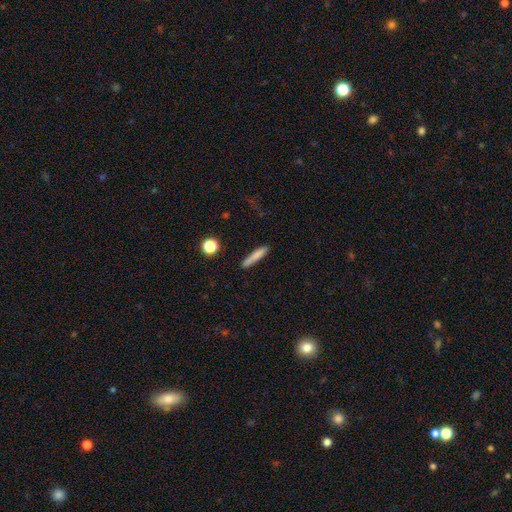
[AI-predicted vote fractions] Smooth or featured?
  - smooth: 80% *
  - featured or disk: 13%
  - star or artifact: 8%
How rounded?
  - cigar-shaped: 91% *
  - in between: 7%
  - round: 2%
Merging?
  - none: 85% *
  - minor disturbance: 11%
  - major disturbance: 2%
  - merger: 2%